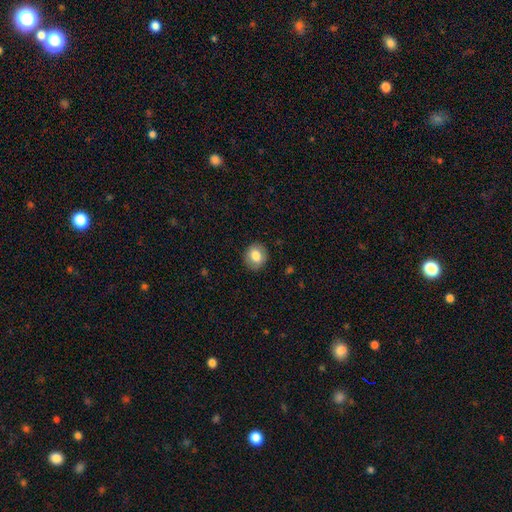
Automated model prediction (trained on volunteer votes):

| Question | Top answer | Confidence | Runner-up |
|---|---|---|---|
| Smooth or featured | smooth | 80% | featured or disk (12%) |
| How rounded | round | 76% | in between (23%) |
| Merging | none | 89% | minor disturbance (8%) |